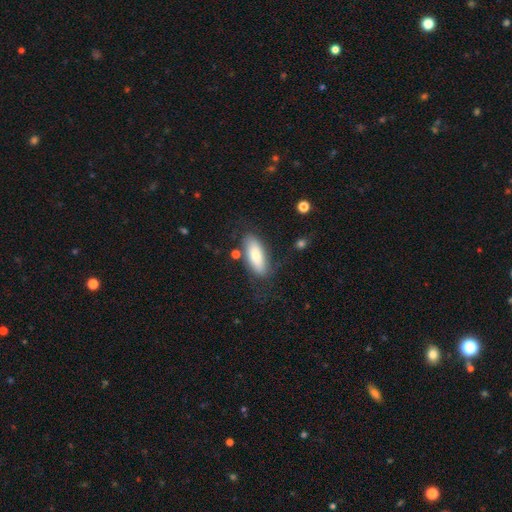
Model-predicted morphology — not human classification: A smooth galaxy with no disk features (75%) that is in between round and cigar-shaped (74%). Merging: none (73%).